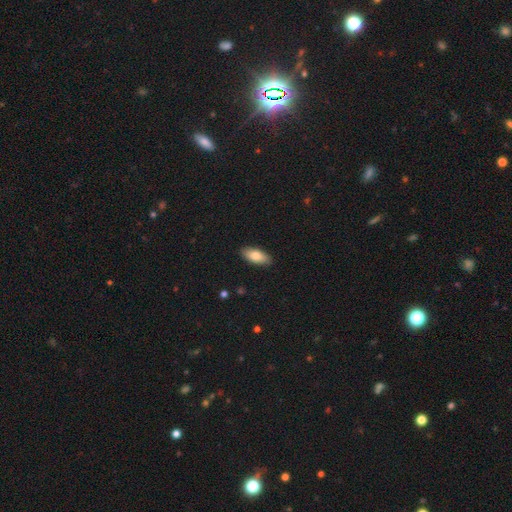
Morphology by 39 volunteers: This is clearly a smooth galaxy (85%). How rounded: likely in between (79%). Merging: clearly none (92%).